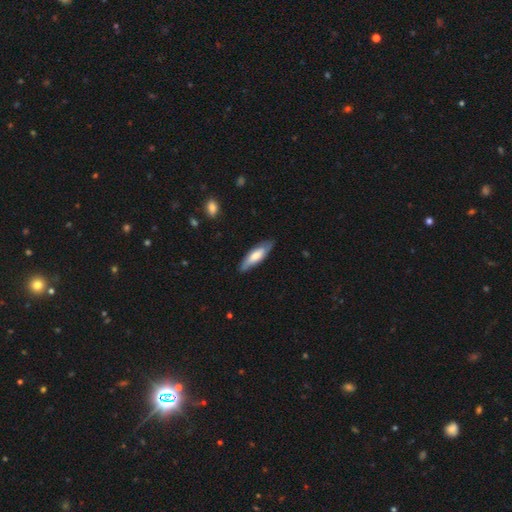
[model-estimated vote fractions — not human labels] smooth-or-featured: smooth: 61% | featured or disk: 34% | star or artifact: 5%
  how-rounded: cigar-shaped: 55% | in between: 43% | round: 2%
  merging: none: 82% | minor disturbance: 14% | major disturbance: 3% | merger: 1%